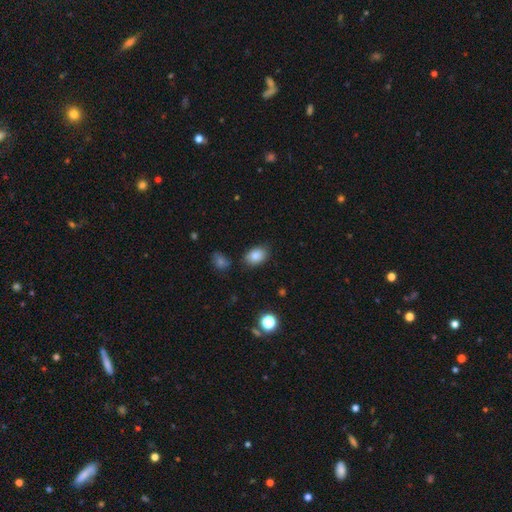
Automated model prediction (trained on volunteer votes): This is clearly a smooth galaxy (85%). How rounded: clearly in between (82%). Merging: clearly none (80%).